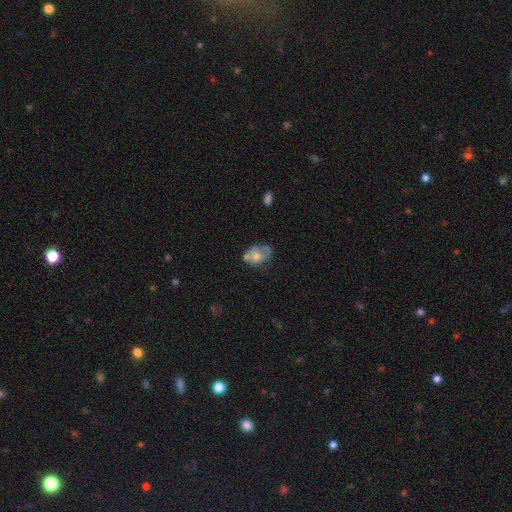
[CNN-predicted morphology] Smooth or featured? smooth (53%)
How rounded? in between (69%)
Merging? none (37%)